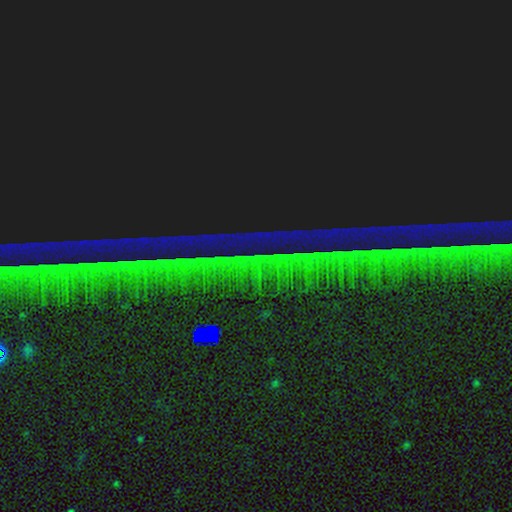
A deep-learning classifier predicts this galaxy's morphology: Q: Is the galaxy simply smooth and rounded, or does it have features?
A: star or artifact — 89%.